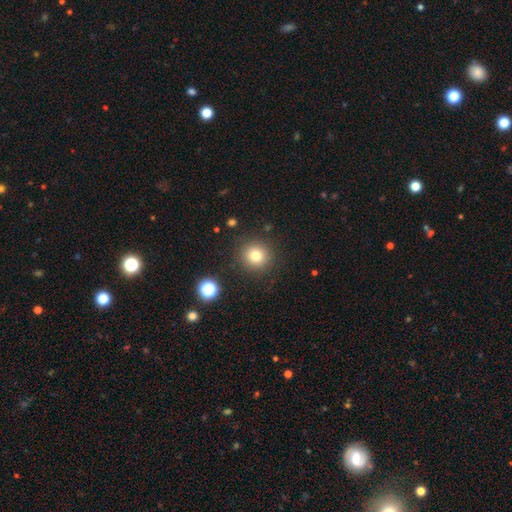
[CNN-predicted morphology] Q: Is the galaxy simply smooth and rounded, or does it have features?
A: smooth — 79%.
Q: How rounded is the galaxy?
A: round — 93%.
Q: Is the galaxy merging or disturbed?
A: none — 88%.